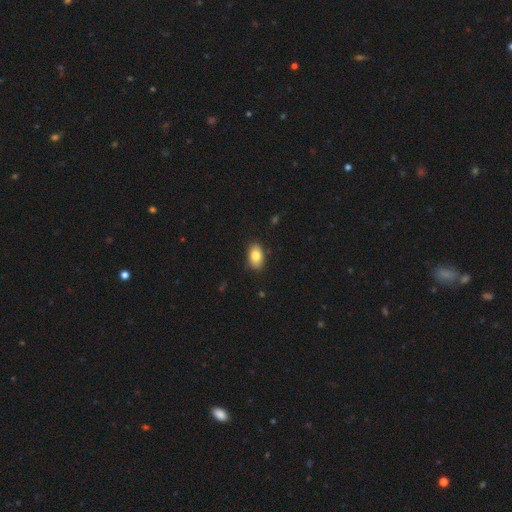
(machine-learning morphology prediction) Smooth or featured? smooth (82%)
How rounded? in between (89%)
Merging? none (86%)